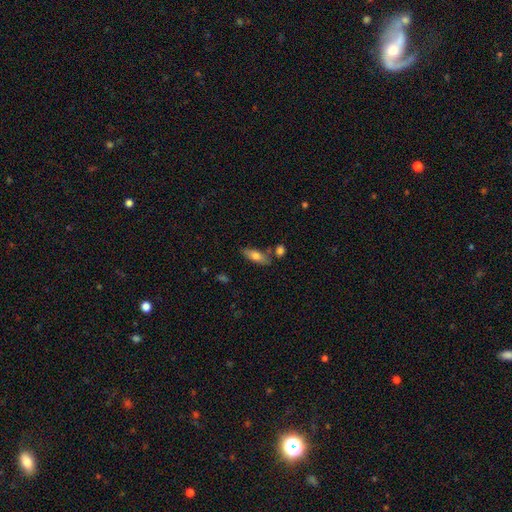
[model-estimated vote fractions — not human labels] A smooth galaxy with no disk features (73%) that is in between round and cigar-shaped (66%). Merging: none (71%).